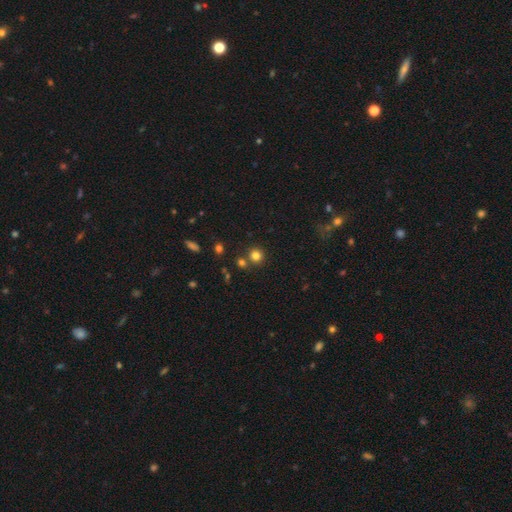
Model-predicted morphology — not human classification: Q: Smooth or featured?
A: smooth (79%); runner-up: star or artifact (15%)
Q: How rounded?
A: round (90%); runner-up: in between (9%)
Q: Merging?
A: none (74%); runner-up: merger (16%)